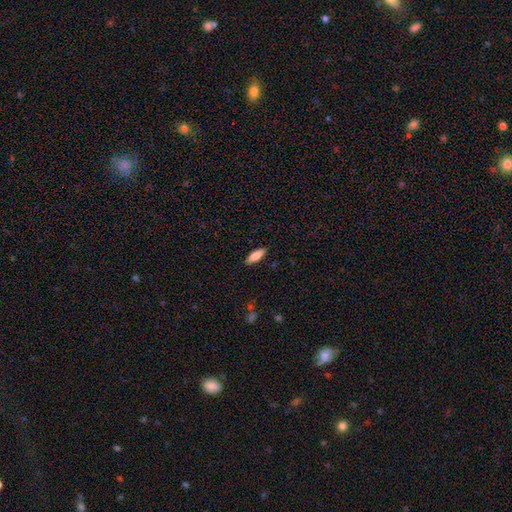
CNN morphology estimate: Q: Smooth or featured?
A: smooth (82%); runner-up: featured or disk (12%)
Q: How rounded?
A: in between (68%); runner-up: cigar-shaped (30%)
Q: Merging?
A: none (88%); runner-up: minor disturbance (9%)